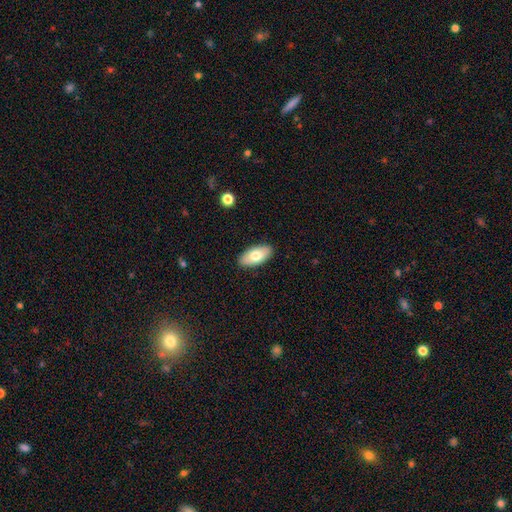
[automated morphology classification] Smooth or featured? smooth (74%)
How rounded? in between (93%)
Merging? none (89%)